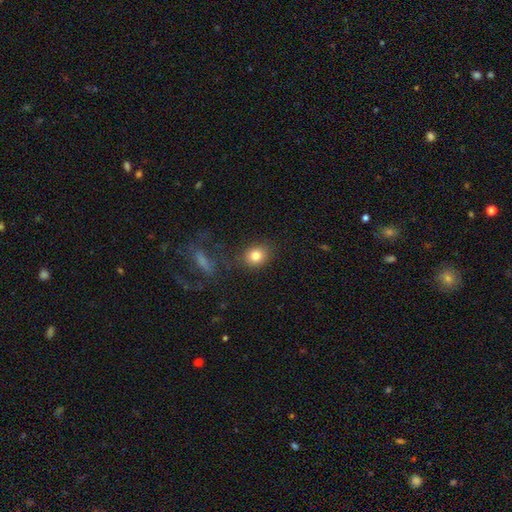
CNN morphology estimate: This appears to be a smooth galaxy with no disk features (82%) that is round (63%). Merging: none (81%).